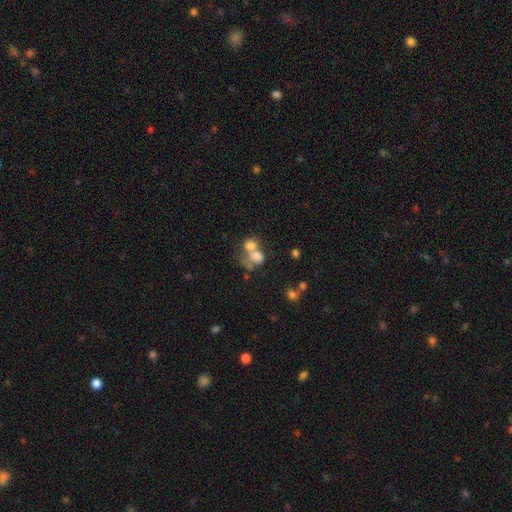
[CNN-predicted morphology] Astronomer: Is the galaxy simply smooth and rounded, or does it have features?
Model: smooth — 68%.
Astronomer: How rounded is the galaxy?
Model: round — 51% (runner-up: in between, 48%).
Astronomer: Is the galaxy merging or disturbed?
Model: merger — 63%.